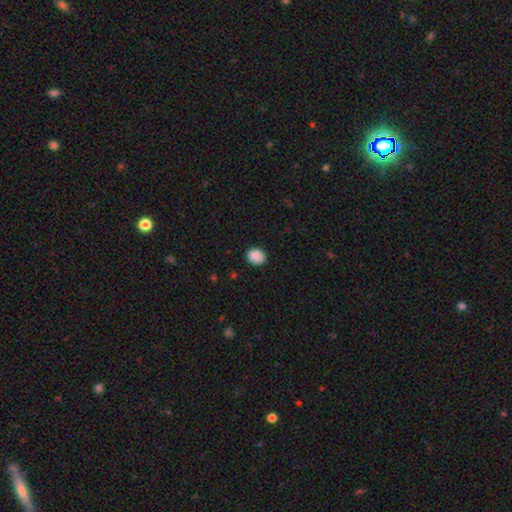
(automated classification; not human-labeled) smooth 88%, star or artifact 8%, featured or disk 4%. Down the decision tree: how rounded — round (62%); merging — none (87%).